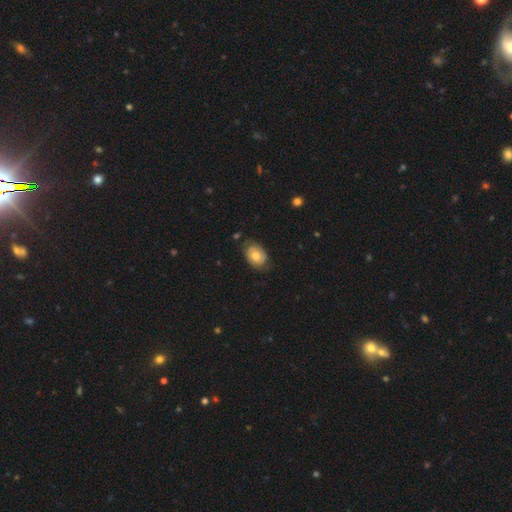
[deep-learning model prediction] Overall: smooth (49%; featured or disk 43%). Merging: none (69%).